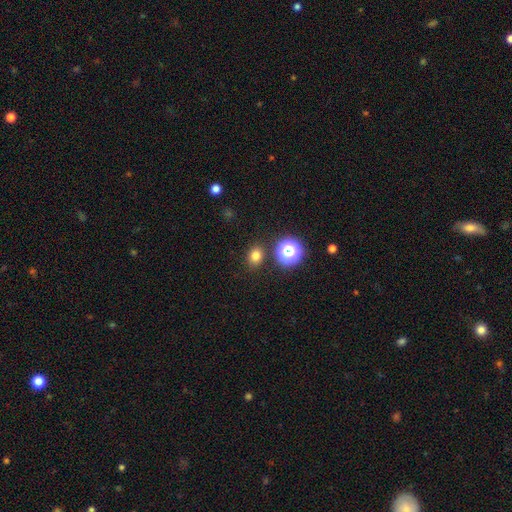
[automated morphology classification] A smooth galaxy with no disk features (76%) that is round (59%).

Vote fractions:
- Smooth or featured? smooth: 76% / star or artifact: 18% / featured or disk: 6%
- How rounded? round: 59% / in between: 40% / cigar-shaped: 1%
- Merging? none: 85% / minor disturbance: 8% / merger: 4% / major disturbance: 3%